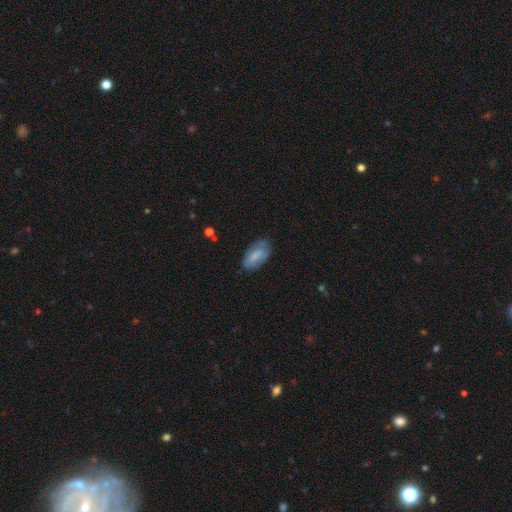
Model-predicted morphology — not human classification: The model was most divided on "merging": none: 66%, minor disturbance: 25%, major disturbance: 7%, merger: 2%. More confident: how rounded — in between (92%); smooth or featured — smooth (69%).